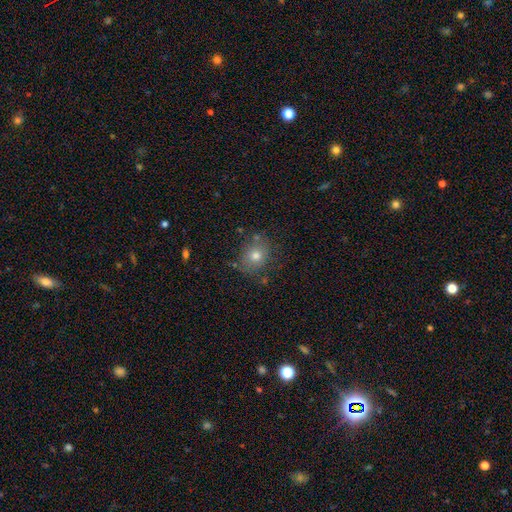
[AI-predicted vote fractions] Overall: smooth (72%). How rounded: round (77%). Merging: none (74%).